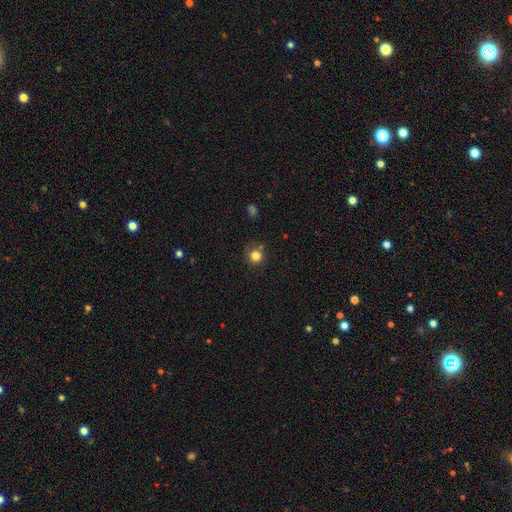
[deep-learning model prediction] Smooth or featured?
  - smooth: 82% *
  - star or artifact: 12%
  - featured or disk: 5%
How rounded?
  - round: 92% *
  - in between: 7%
  - cigar-shaped: 1%
Merging?
  - none: 79% *
  - minor disturbance: 12%
  - merger: 6%
  - major disturbance: 3%